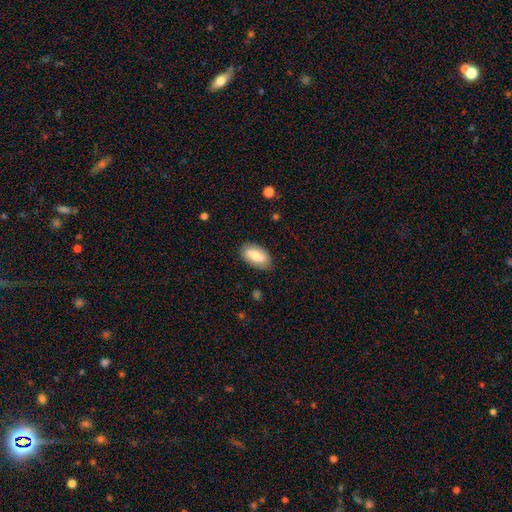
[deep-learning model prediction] A smooth galaxy with no disk features (71%) that is in between round and cigar-shaped (93%). Merging: none (83%).